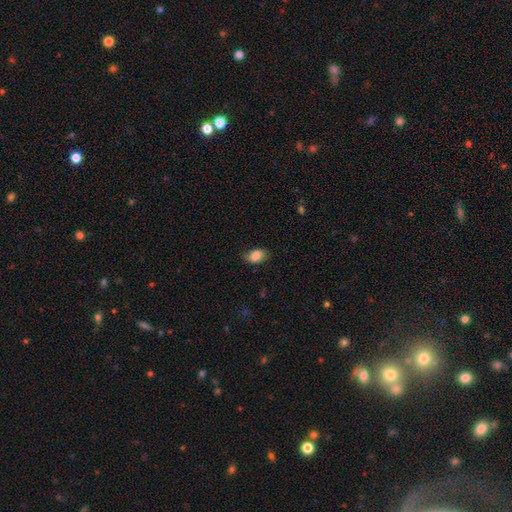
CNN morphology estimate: smooth-or-featured: smooth: 86% | star or artifact: 7% | featured or disk: 6%
  how-rounded: in between: 88% | round: 11% | cigar-shaped: 2%
  merging: none: 81% | minor disturbance: 15% | major disturbance: 3% | merger: 1%